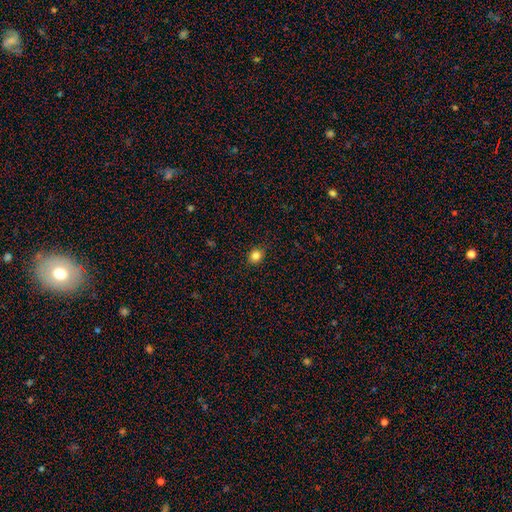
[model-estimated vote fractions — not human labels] A smooth galaxy with no disk features (83%) that is round (67%). Merging: none (89%).